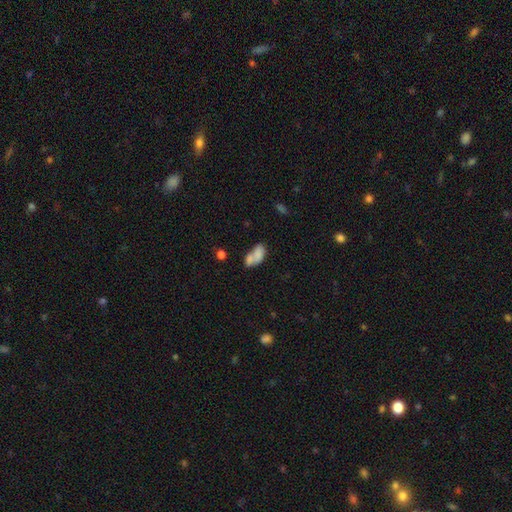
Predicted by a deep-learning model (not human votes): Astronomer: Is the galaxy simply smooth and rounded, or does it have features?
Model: smooth — 69%.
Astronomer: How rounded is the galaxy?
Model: in between — 88%.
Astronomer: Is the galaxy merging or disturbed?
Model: merger — 49% (runner-up: none, 27%).